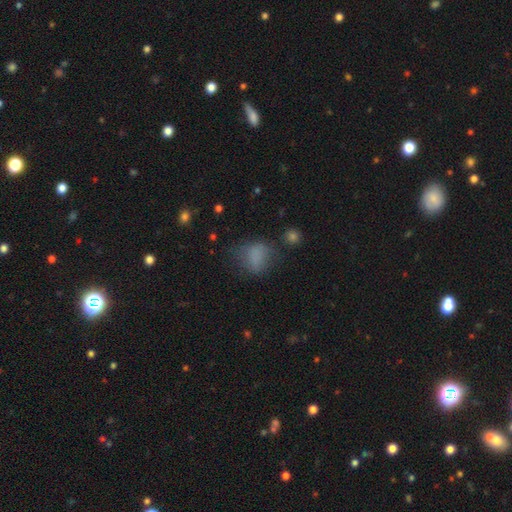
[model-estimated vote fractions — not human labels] Morphology: type=smooth (73%); roundness=in between (53%); merging=none (53%).